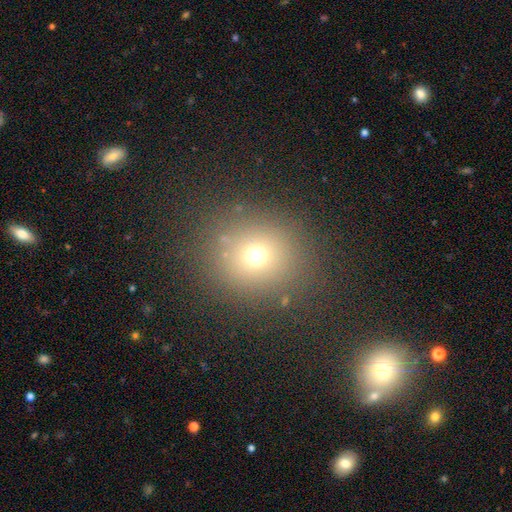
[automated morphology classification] smooth 68%, star or artifact 22%, featured or disk 10%. Down the decision tree: how rounded — round (86%); merging — none (85%).